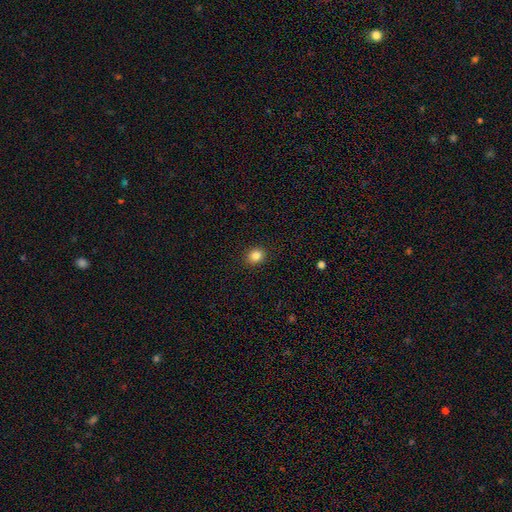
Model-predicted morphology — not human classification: smooth_or_featured: smooth (p=0.85) [alt: star or artifact p=0.11]
how_rounded: round (p=0.65) [alt: in between p=0.34]
merging: none (p=0.91) [alt: minor disturbance p=0.06]